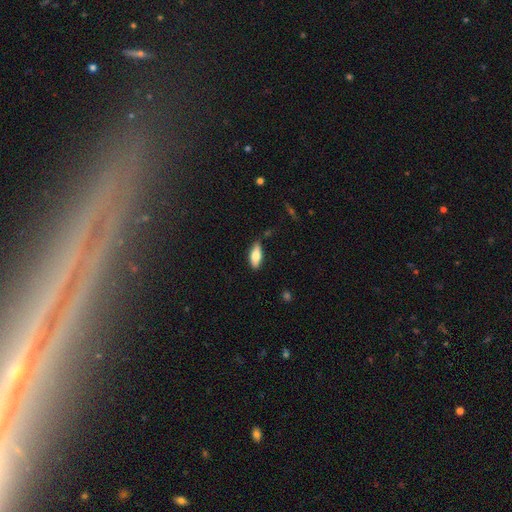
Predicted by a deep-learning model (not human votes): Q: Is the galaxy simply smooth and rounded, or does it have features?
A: smooth — 73%.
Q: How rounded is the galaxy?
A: in between — 74%.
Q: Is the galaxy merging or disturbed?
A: none — 78%.